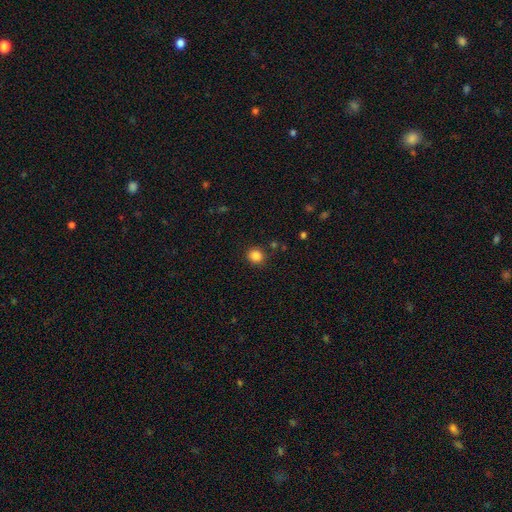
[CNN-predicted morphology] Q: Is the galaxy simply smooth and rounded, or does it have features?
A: smooth — 86%.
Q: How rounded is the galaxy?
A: round — 85%.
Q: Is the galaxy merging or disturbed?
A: none — 87%.